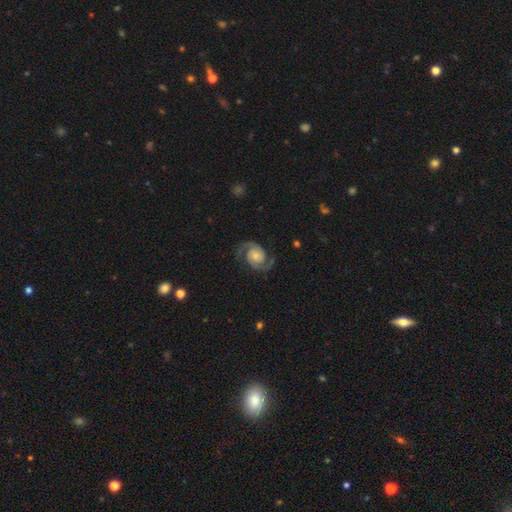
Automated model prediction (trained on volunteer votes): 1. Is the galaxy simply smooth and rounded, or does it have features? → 89% featured or disk, 6% smooth, 5% star or artifact.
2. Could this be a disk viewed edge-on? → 98% no, 2% yes.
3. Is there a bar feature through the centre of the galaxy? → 71% no, 23% weak, 6% strong.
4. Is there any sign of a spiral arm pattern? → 98% yes, 2% no.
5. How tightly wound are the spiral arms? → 55% medium, 25% tight, 20% loose.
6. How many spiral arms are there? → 94% 2, 2% can't tell, 1% 1, 1% 3, 1% 4, 1% more than 4.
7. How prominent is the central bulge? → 48% small, 32% moderate, 9% none, 9% large, 2% dominant.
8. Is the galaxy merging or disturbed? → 80% none, 12% minor disturbance, 7% major disturbance, 1% merger.